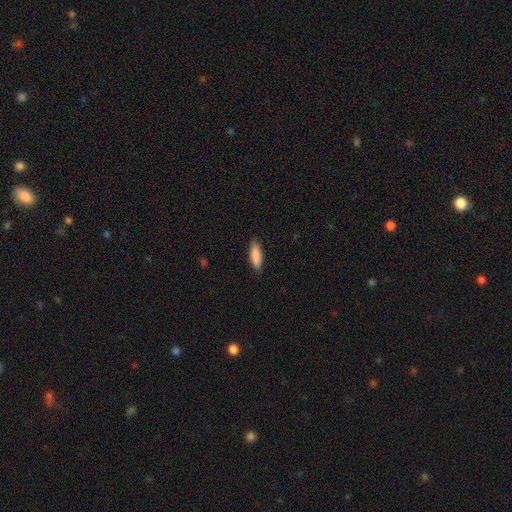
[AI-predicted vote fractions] Smooth or featured? Predicted: smooth (p=0.87). How rounded? Predicted: in between (p=0.53). Merging? Predicted: none (p=0.85).